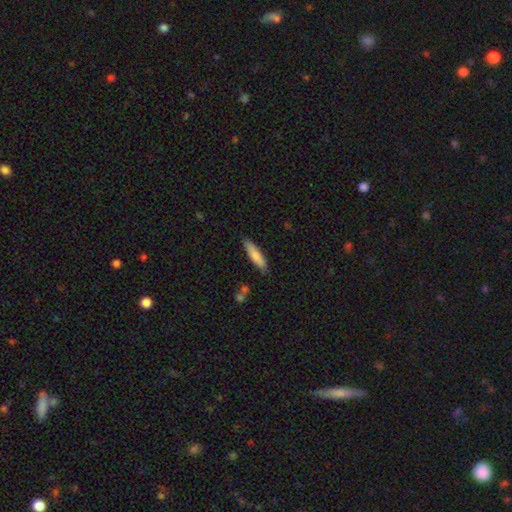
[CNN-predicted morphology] Smooth or featured? smooth (82%)
How rounded? cigar-shaped (75%)
Merging? none (83%)